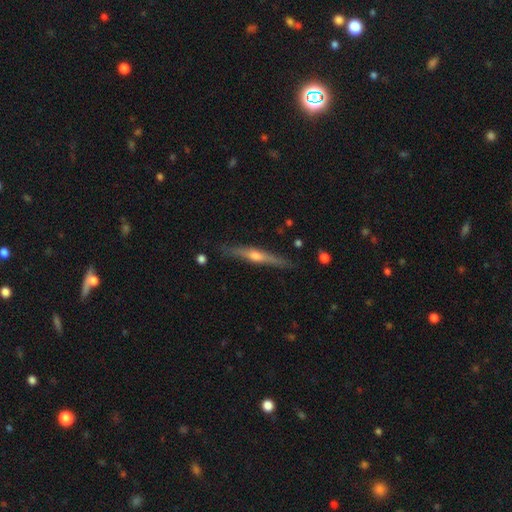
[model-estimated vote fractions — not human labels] A featured or disk galaxy (74%) viewed edge-on (97%) with a rounded central bulge (88%).

Vote fractions:
- Smooth or featured? featured or disk: 74% / smooth: 20% / star or artifact: 6%
- Edge-on disk? yes: 97% / no: 3%
- Edge-on bulge? rounded: 88% / none: 7% / boxy: 5%
- Merging? none: 87% / minor disturbance: 10% / major disturbance: 2% / merger: 1%